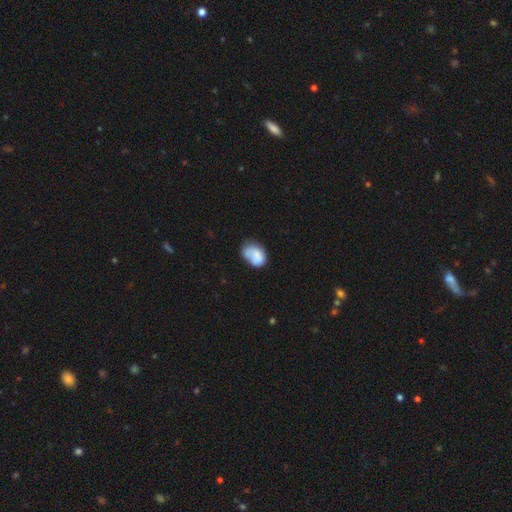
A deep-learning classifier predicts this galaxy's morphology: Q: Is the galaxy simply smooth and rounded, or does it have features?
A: smooth — 74%.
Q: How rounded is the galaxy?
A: in between — 79%.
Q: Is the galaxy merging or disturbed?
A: none — 41%.